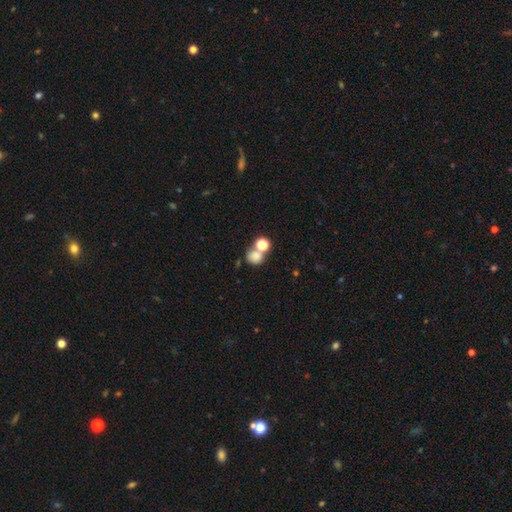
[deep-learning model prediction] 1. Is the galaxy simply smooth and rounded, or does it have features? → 75% smooth, 15% star or artifact, 10% featured or disk.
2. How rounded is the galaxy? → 75% round, 24% in between, 1% cigar-shaped.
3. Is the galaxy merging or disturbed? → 44% none, 43% merger, 8% minor disturbance, 5% major disturbance.